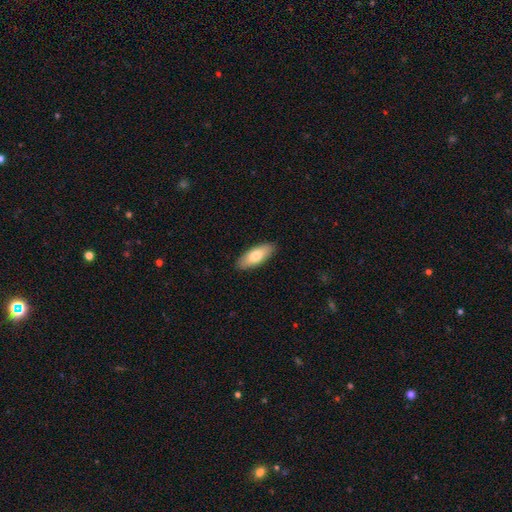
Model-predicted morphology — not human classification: Smooth or featured?
  - smooth: 76% *
  - featured or disk: 19%
  - star or artifact: 6%
How rounded?
  - in between: 75% *
  - cigar-shaped: 23%
  - round: 2%
Merging?
  - none: 89% *
  - minor disturbance: 8%
  - major disturbance: 2%
  - merger: 1%